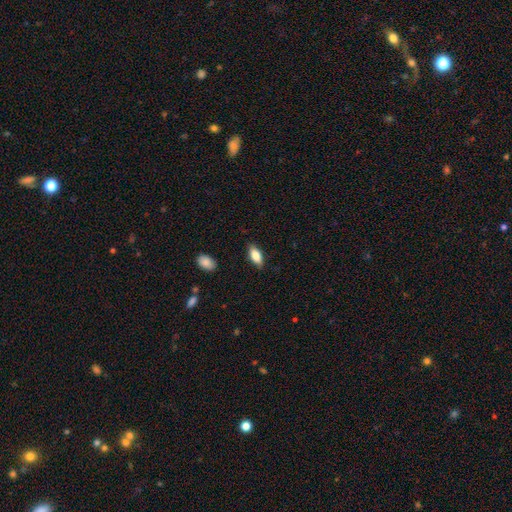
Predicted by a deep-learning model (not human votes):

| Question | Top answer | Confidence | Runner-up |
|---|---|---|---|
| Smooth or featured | smooth | 81% | featured or disk (13%) |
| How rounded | in between | 83% | cigar-shaped (14%) |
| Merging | none | 86% | minor disturbance (11%) |